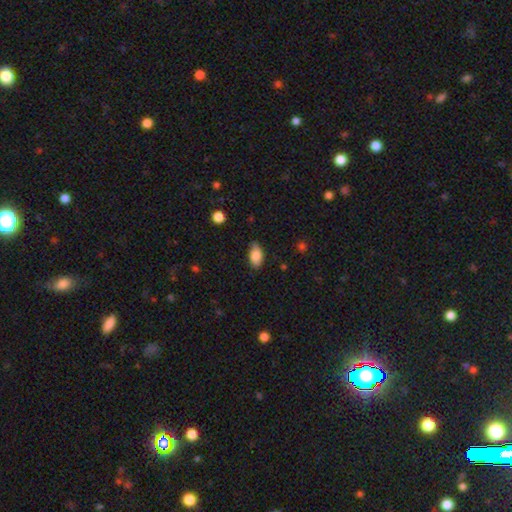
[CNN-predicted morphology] type=smooth (84%); roundness=in between (91%); merging=none (74%).